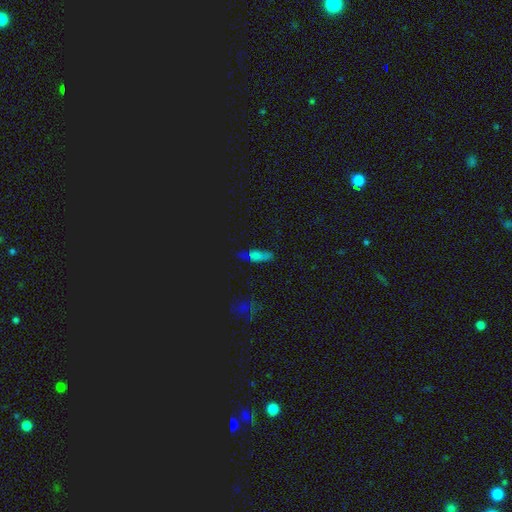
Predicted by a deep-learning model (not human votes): The model was most divided on "how rounded": in between: 58%, cigar-shaped: 35%, round: 7%. More confident: smooth or featured — smooth (56%); merging — none (55%).